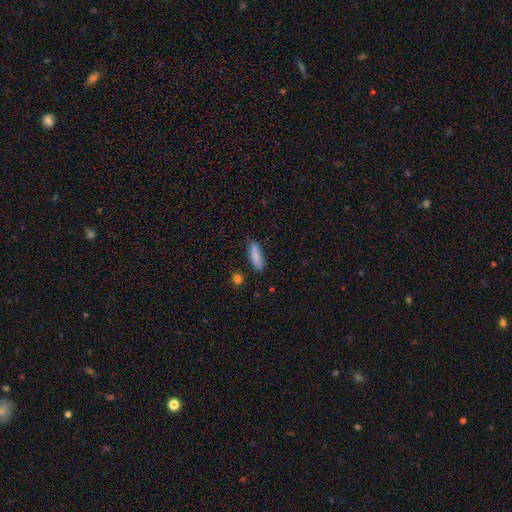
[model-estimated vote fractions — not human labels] smooth 85%, featured or disk 8%, star or artifact 7%. Down the decision tree: how rounded — in between (49%, tied with cigar-shaped); merging — none (82%).